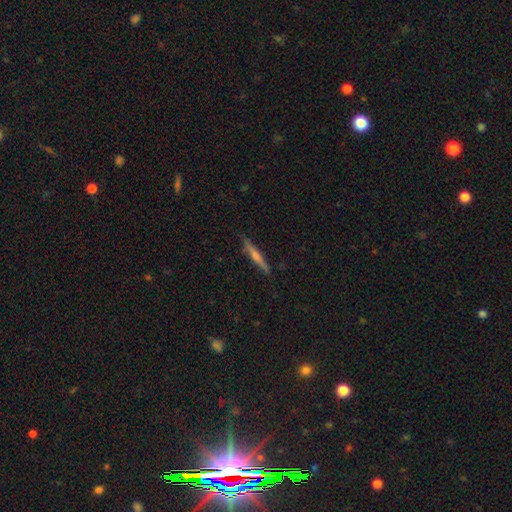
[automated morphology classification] Overall: featured or disk (53%; smooth 41%). Edge-on disk: yes (97%). Edge-on bulge: rounded (54%; none 33%). Merging: none (87%).